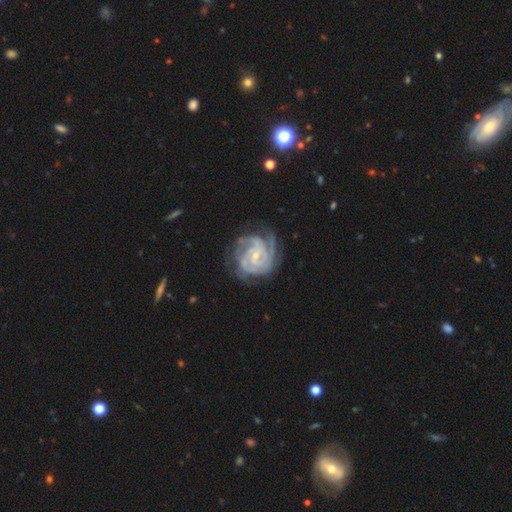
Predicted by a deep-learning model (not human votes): The model was most divided on "spiral arm count": 3: 30%, 4: 24%, can't tell: 18%, 2: 14%, more than 4: 7%, 1: 6%. More confident: edge-on disk — no (98%); spiral arms — yes (98%); smooth or featured — featured or disk (91%); bulge size — small (74%); spiral winding — tight (73%); merging — none (69%); bar — no (53%).